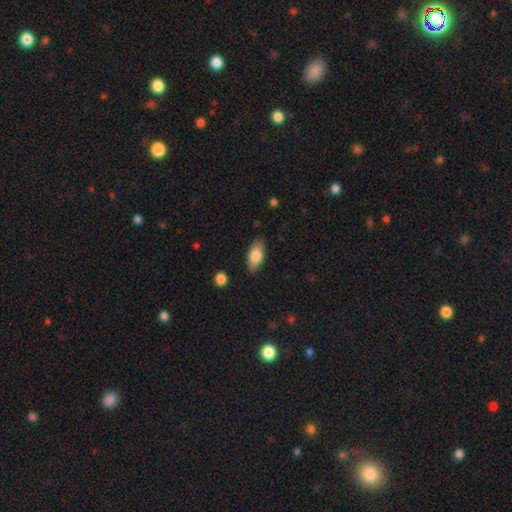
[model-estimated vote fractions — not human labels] smooth-or-featured: smooth: 81% | featured or disk: 12% | star or artifact: 6%
  how-rounded: in between: 90% | cigar-shaped: 7% | round: 3%
  merging: none: 84% | minor disturbance: 12% | major disturbance: 3% | merger: 1%